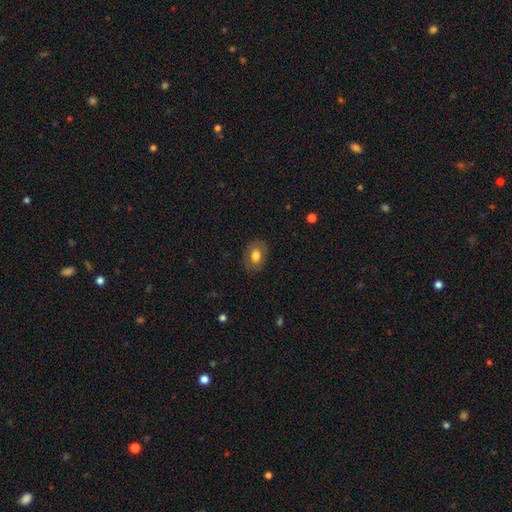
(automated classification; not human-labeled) smooth 74%, featured or disk 18%, star or artifact 8%. Down the decision tree: how rounded — in between (72%); merging — none (83%).